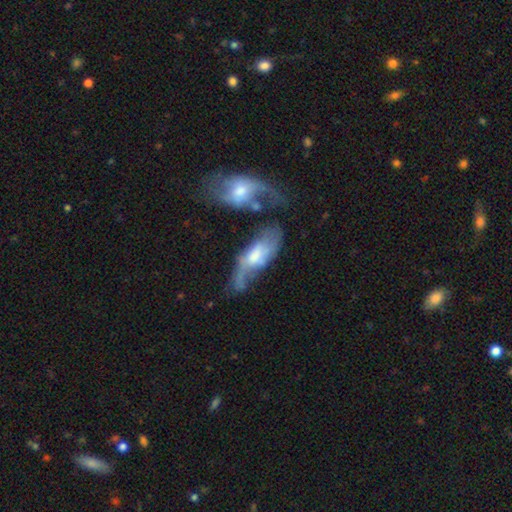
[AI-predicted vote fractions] Smooth or featured?
  - featured or disk: 63% *
  - smooth: 30%
  - star or artifact: 7%
Edge-on disk?
  - no: 82% *
  - yes: 18%
Bar?
  - no: 56% *
  - weak: 36%
  - strong: 8%
Spiral arms?
  - yes: 75% *
  - no: 25%
Bulge size?
  - moderate: 49% *
  - large: 22%
  - small: 18%
  - none: 9%
  - dominant: 2%
Merging?
  - none: 27% * (tied)
  - merger: 27% * (tied)
  - major disturbance: 25%
  - minor disturbance: 20%